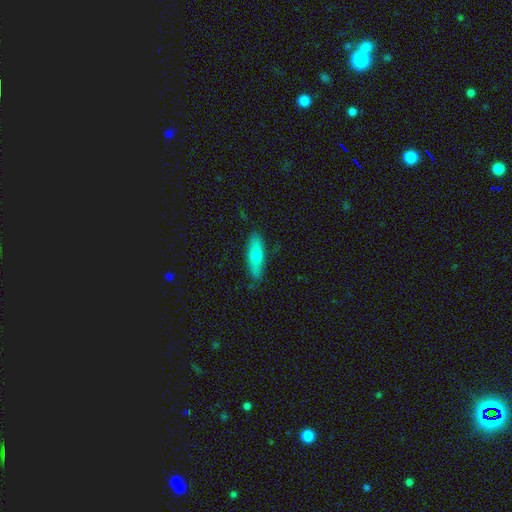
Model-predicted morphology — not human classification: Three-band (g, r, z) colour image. It shows a smooth galaxy with no disk features (65%) that is cigar-shaped (60%). Merging: none (84%).